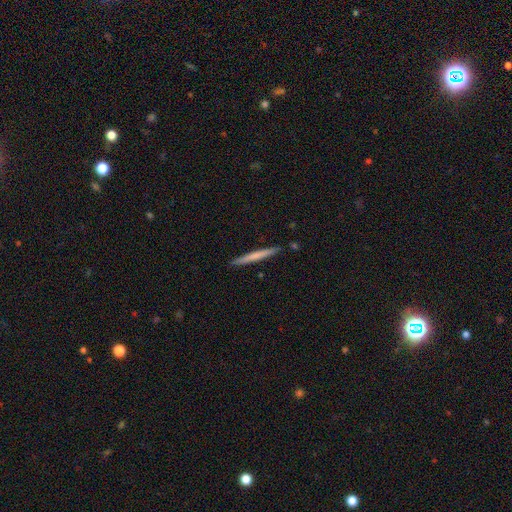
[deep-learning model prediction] Smooth or featured?
  - smooth: 61% *
  - featured or disk: 34%
  - star or artifact: 5%
How rounded?
  - cigar-shaped: 97% *
  - in between: 2%
  - round: 1%
Merging?
  - none: 90% *
  - minor disturbance: 7%
  - merger: 2%
  - major disturbance: 1%